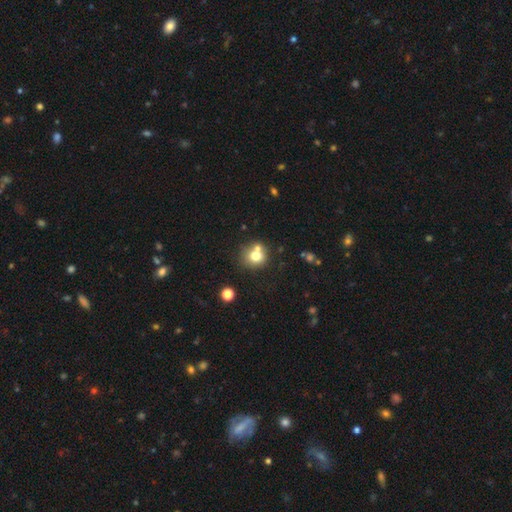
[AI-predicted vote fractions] Q: Smooth or featured?
A: smooth (72%); runner-up: featured or disk (15%)
Q: How rounded?
A: round (86%); runner-up: in between (13%)
Q: Merging?
A: none (56%); runner-up: merger (30%)